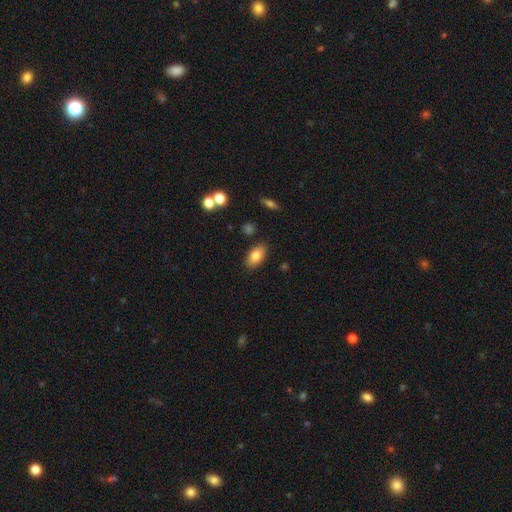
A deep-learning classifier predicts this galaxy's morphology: Overall: smooth (80%). How rounded: in between (91%). Merging: none (86%).